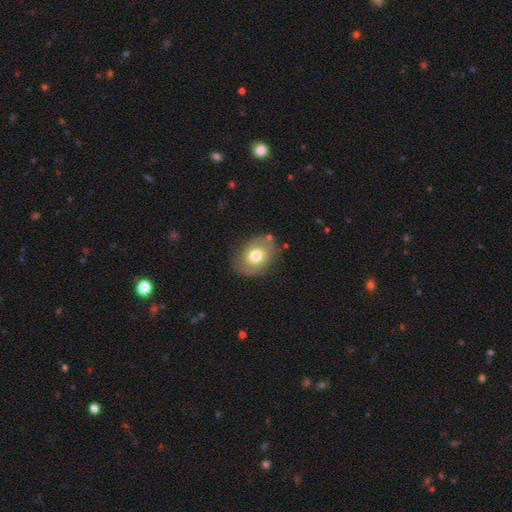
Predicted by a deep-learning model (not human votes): Smooth or featured? smooth (61%)
How rounded? in between (69%)
Merging? none (76%)